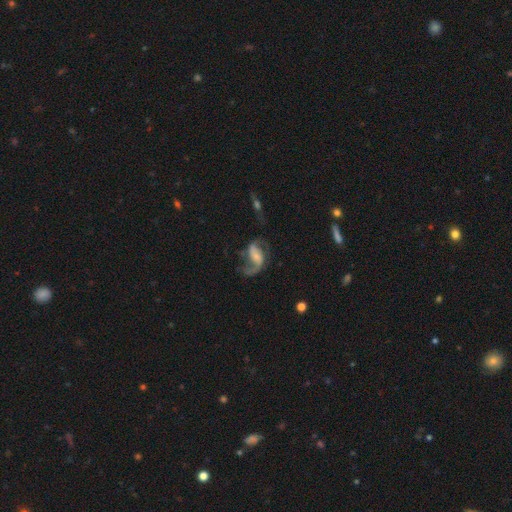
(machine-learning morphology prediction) The model was most divided on "bar": weak: 39%, no: 38%, strong: 23%. Remaining: edge-on disk — no (97%); spiral arms — yes (91%); smooth or featured — featured or disk (79%); spiral arm count — 2 (73%); spiral winding — loose (62%); bulge size — small (48%); merging — none (43%).